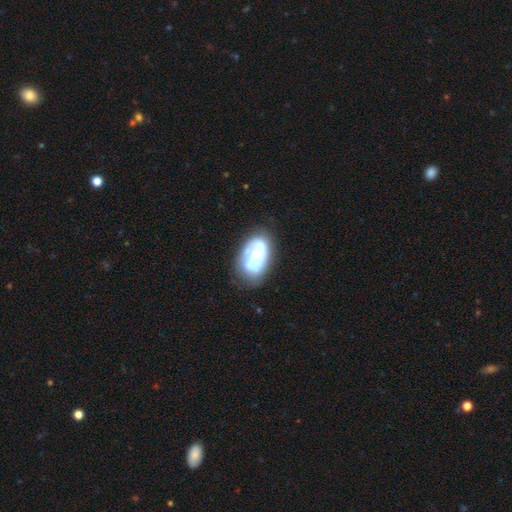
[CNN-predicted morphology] type=featured or disk (65%); edge-on=no (97%); bar=no (72%); spiral arms=yes (59%); bulge=moderate (42%); merging=none (57%).